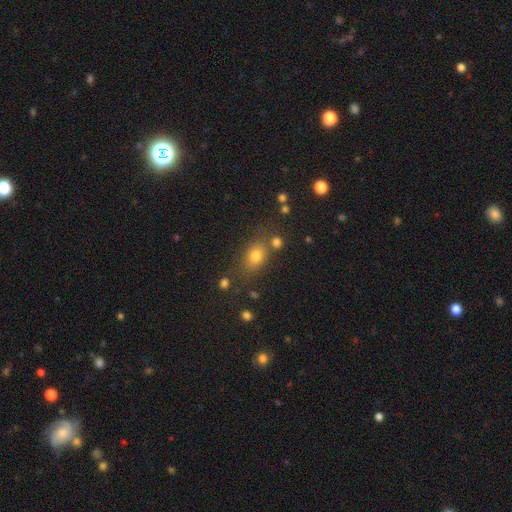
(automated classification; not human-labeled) Smooth or featured: smooth — 74% (star or artifact — 15%)
How rounded: in between — 66% (round — 30%)
Merging: none — 67% (minor disturbance — 14%)